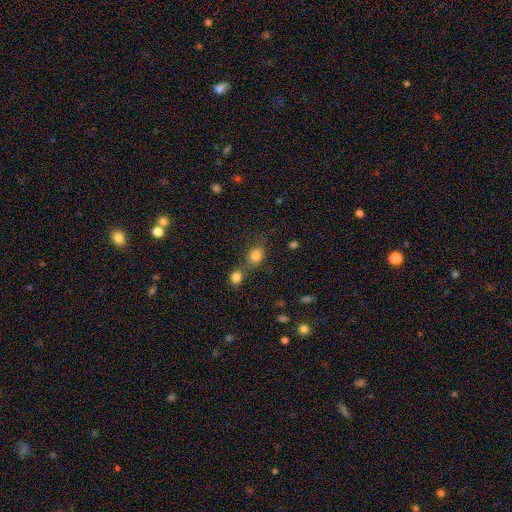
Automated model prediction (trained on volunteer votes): Morphology: type=smooth (81%); roundness=in between (51%); merging=none (45%).